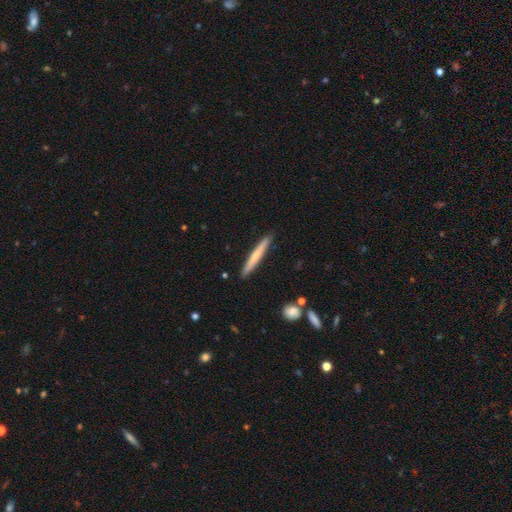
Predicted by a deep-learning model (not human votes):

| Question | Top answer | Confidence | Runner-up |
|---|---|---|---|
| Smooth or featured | smooth | 57% | featured or disk (38%) |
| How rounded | cigar-shaped | 96% | in between (3%) |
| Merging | none | 91% | minor disturbance (7%) |